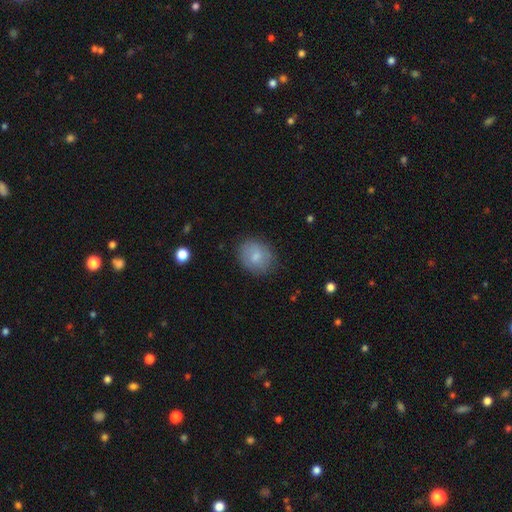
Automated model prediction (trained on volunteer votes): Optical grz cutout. It shows a smooth galaxy with no disk features (75%) that is round (60%). Merging: none (80%).